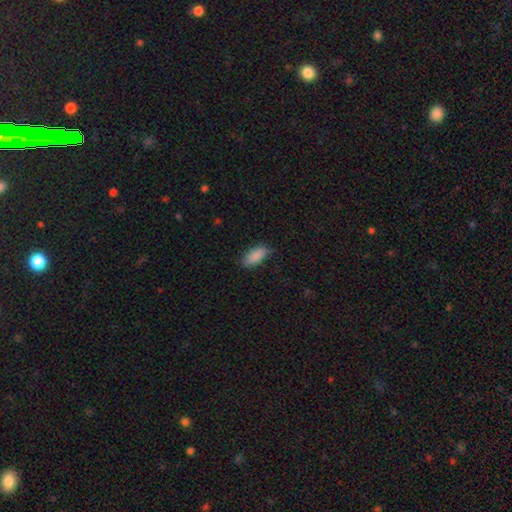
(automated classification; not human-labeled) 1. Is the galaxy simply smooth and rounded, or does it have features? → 87% smooth, 7% star or artifact, 6% featured or disk.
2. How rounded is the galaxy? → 87% in between, 10% cigar-shaped, 2% round.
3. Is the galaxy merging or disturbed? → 76% none, 19% minor disturbance, 4% major disturbance, 1% merger.